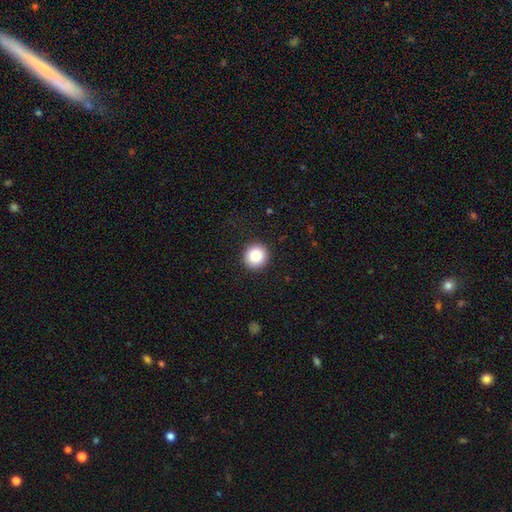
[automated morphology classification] Q: Smooth or featured?
A: smooth (87%); runner-up: star or artifact (9%)
Q: How rounded?
A: round (93%); runner-up: in between (6%)
Q: Merging?
A: none (92%); runner-up: minor disturbance (5%)